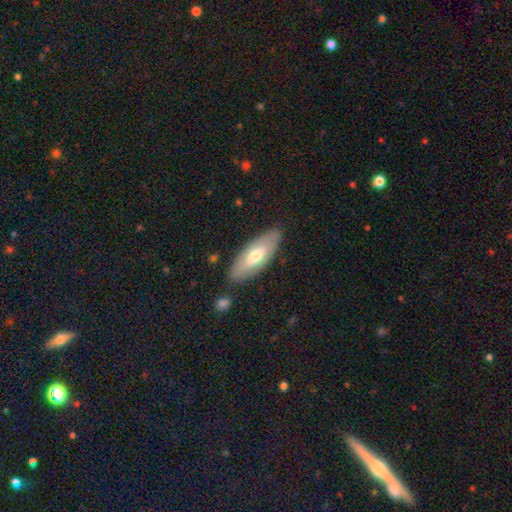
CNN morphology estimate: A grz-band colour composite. It shows a smooth galaxy with no disk features (54%) that is in between round and cigar-shaped (75%). Merging: none (83%).